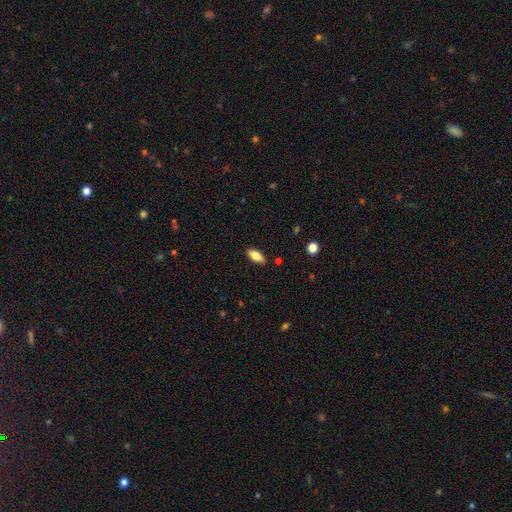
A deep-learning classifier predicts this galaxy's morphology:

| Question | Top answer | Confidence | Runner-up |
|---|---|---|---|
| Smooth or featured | smooth | 73% | featured or disk (20%) |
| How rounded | in between | 83% | cigar-shaped (15%) |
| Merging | none | 87% | minor disturbance (9%) |